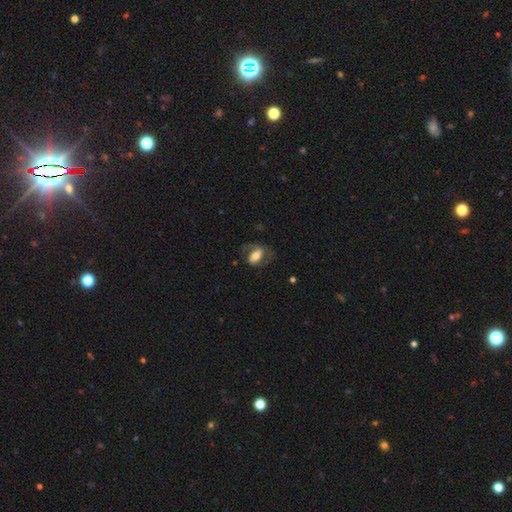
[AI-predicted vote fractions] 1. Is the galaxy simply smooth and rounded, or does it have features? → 48% featured or disk, 45% smooth, 7% star or artifact.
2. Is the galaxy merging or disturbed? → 55% none, 23% major disturbance, 20% minor disturbance, 2% merger.